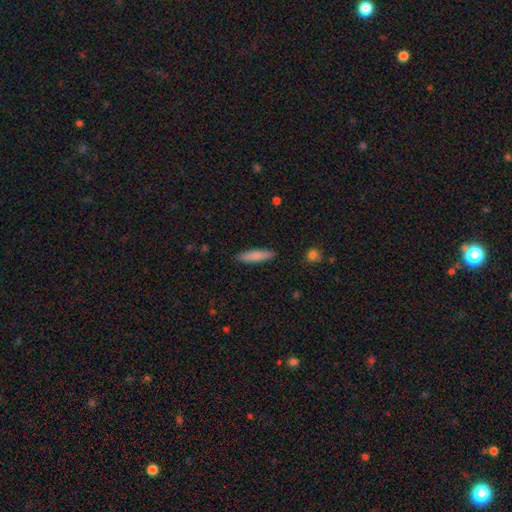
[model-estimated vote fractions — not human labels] Smooth or featured? smooth (81%)
How rounded? cigar-shaped (79%)
Merging? none (88%)